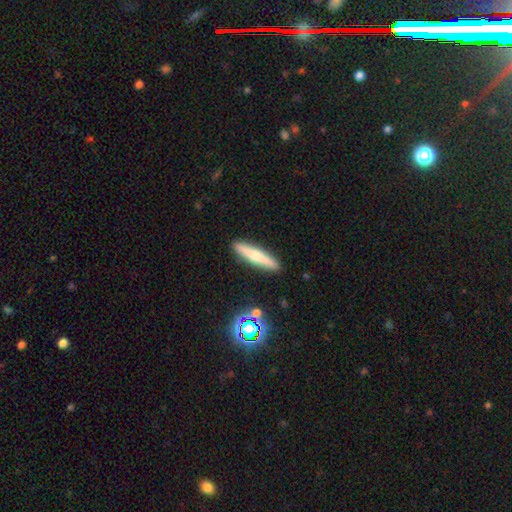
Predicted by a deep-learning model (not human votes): A smooth galaxy with no disk features (55%) that is cigar-shaped (90%). Merging: none (91%).